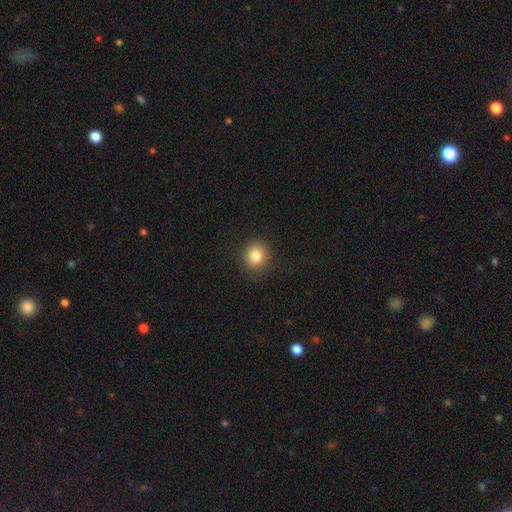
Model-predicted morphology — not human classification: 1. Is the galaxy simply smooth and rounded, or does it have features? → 83% smooth, 10% star or artifact, 7% featured or disk.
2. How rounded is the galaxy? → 81% round, 18% in between, 1% cigar-shaped.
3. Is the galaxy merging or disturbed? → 87% none, 9% minor disturbance, 3% major disturbance, 1% merger.